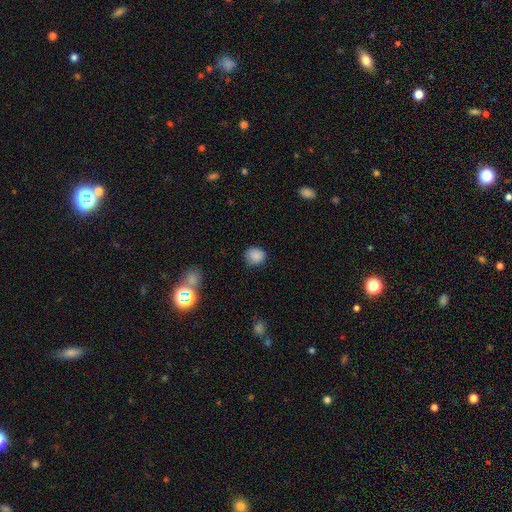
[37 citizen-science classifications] Morphology: type=smooth (92%); roundness=round (85%); merging=none (83%).